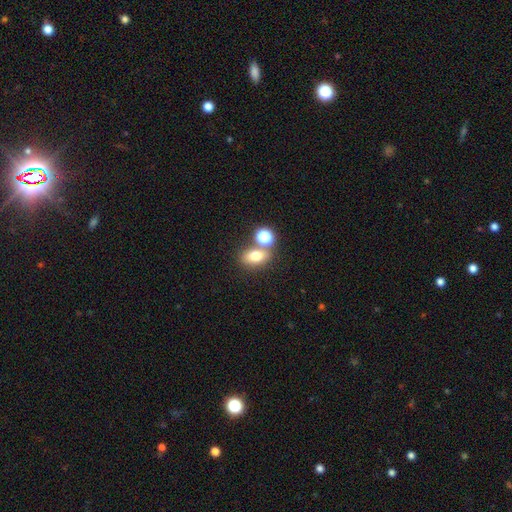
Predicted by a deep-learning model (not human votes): smooth-or-featured: smooth: 73% | star or artifact: 14% | featured or disk: 12%
  how-rounded: in between: 67% | round: 30% | cigar-shaped: 3%
  merging: none: 59% | merger: 26% | minor disturbance: 11% | major disturbance: 4%